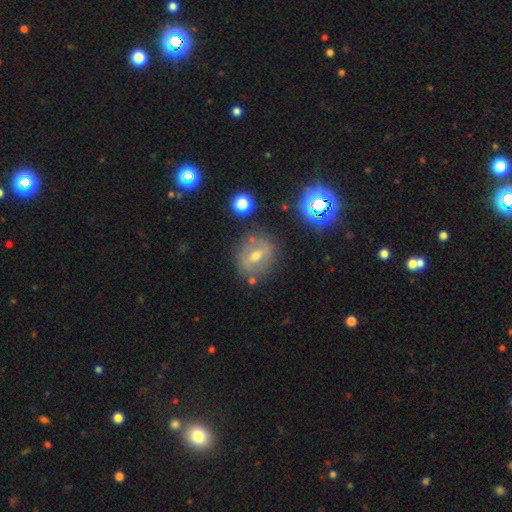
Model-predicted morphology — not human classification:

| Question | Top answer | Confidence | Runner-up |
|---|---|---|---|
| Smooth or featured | featured or disk | 48% | smooth (36%) |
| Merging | none | 77% | minor disturbance (14%) |